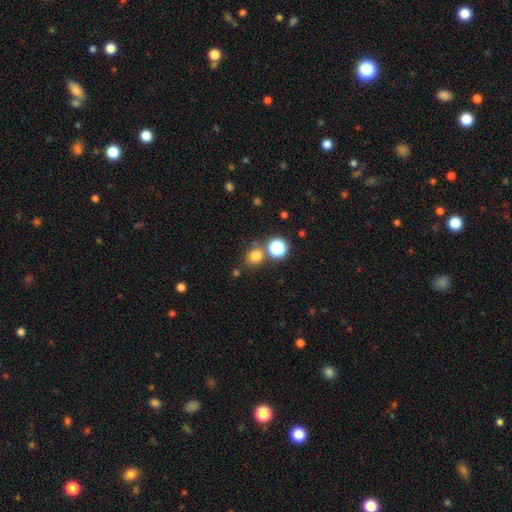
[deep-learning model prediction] Morphology: type=smooth (76%); roundness=round (80%); merging=none (74%).